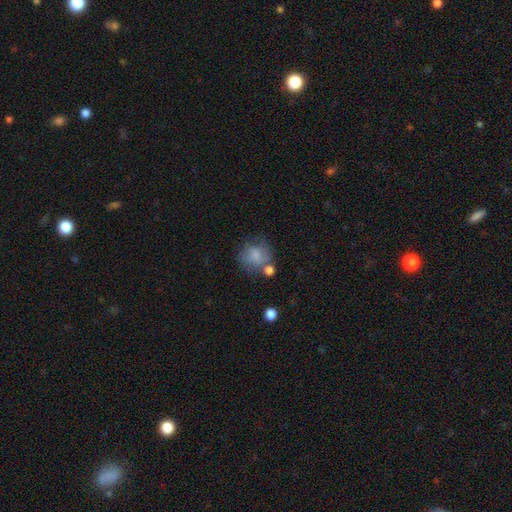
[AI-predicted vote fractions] Overall: smooth (70%). How rounded: round (72%). Merging: none (51%; minor disturbance 22%).